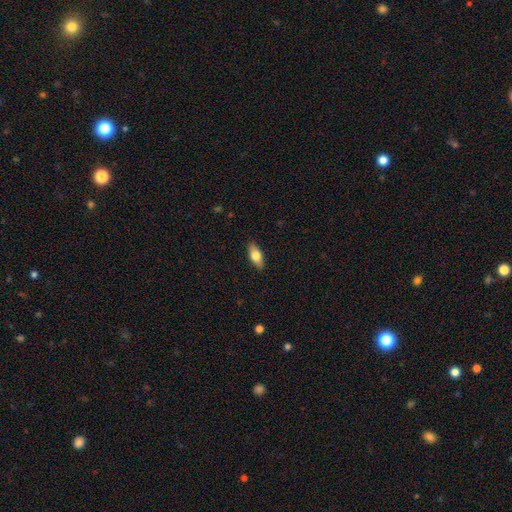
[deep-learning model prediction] A smooth galaxy with no disk features (73%) that is in between round and cigar-shaped (83%).

Vote fractions:
- Smooth or featured? smooth: 73% / featured or disk: 20% / star or artifact: 6%
- How rounded? in between: 83% / cigar-shaped: 14% / round: 3%
- Merging? none: 89% / minor disturbance: 9% / major disturbance: 2% / merger: 1%